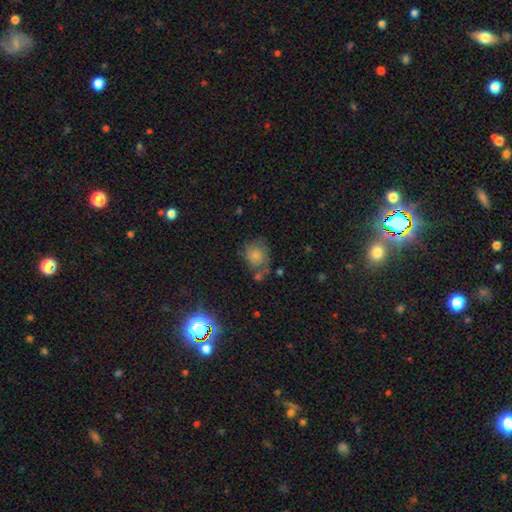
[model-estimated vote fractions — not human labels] A smooth galaxy with no disk features (69%) that is round (69%). Merging: none (50%).